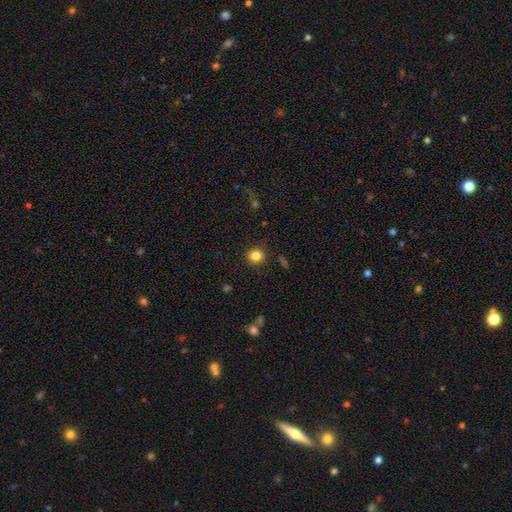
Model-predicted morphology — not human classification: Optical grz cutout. It shows a smooth galaxy with no disk features (83%) that is round (88%). Merging: none (89%).